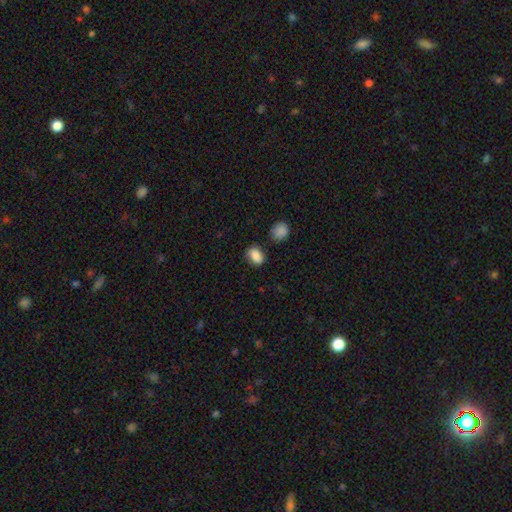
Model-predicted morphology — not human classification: A smooth galaxy with no disk features (87%) that is in between round and cigar-shaped (75%).

Vote fractions:
- Smooth or featured? smooth: 87% / star or artifact: 9% / featured or disk: 4%
- How rounded? in between: 75% / round: 24% / cigar-shaped: 1%
- Merging? none: 74% / minor disturbance: 18% / merger: 5% / major disturbance: 4%